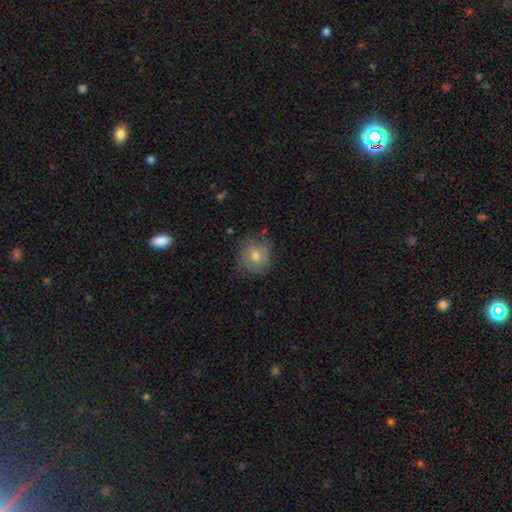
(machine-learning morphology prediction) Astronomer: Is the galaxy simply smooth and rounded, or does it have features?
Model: smooth — 62%.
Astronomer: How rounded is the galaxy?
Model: round — 86%.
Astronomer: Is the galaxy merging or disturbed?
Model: none — 72%.